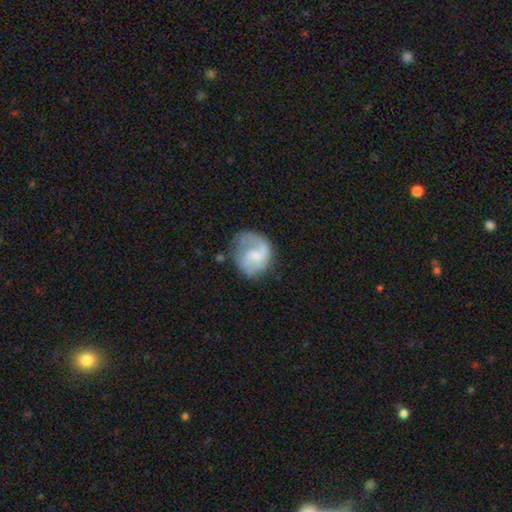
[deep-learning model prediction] This is likely a featured or disk galaxy (69%). It is clearly not viewed edge-on (98%). Bar: possibly weak (50%). Spiral arm pattern: clearly yes (88%). Spiral arm count: likely 2 (64%). Spiral winding: marginally loose (43%). Central bulge: possibly small (55%). Merging: possibly none (56%).